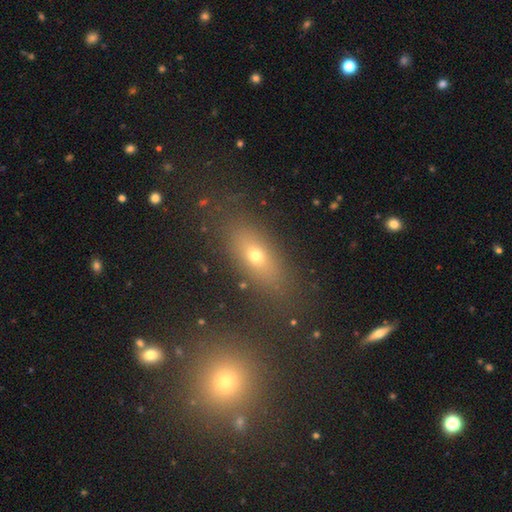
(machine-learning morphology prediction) This is likely a smooth galaxy (60%). How rounded: likely in between (64%). Merging: likely none (79%).